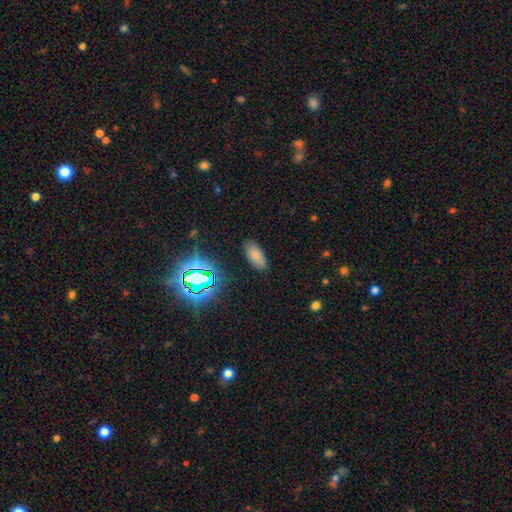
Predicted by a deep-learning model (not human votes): Morphology: type=smooth (74%); roundness=in between (90%); merging=none (83%).